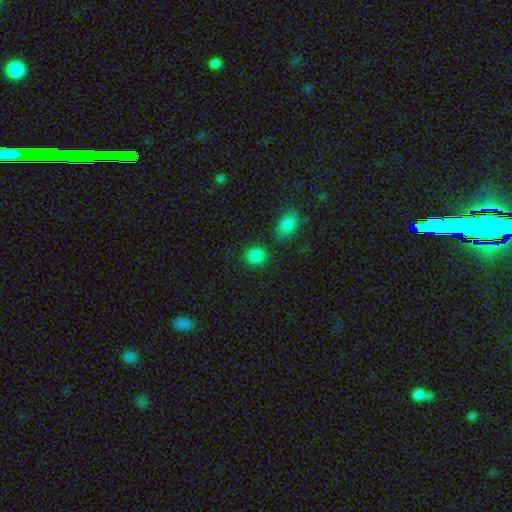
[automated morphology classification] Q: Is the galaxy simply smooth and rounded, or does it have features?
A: smooth — 86%.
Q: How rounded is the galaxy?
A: round — 70%.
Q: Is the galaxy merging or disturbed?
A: none — 77%.